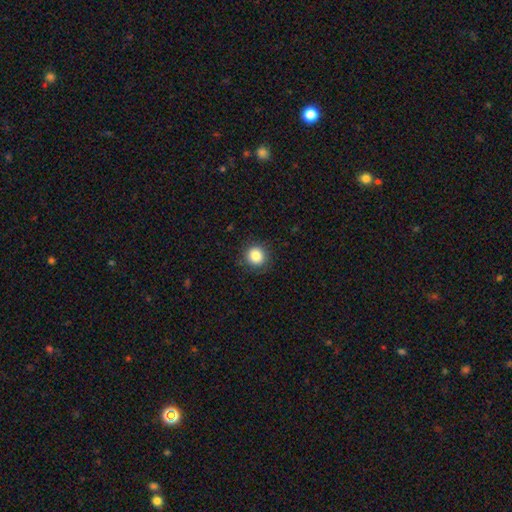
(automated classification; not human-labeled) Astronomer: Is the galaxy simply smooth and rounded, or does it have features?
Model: smooth — 85%.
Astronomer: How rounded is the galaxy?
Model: round — 91%.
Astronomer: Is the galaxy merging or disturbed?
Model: none — 89%.